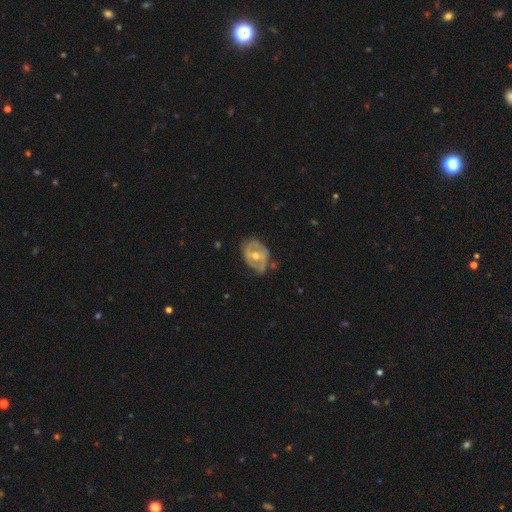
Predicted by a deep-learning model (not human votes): Morphology: type=featured or disk (68%); edge-on=no (95%); bar=no (48%); spiral arms=yes (52%); bulge=moderate (71%); merging=none (59%).